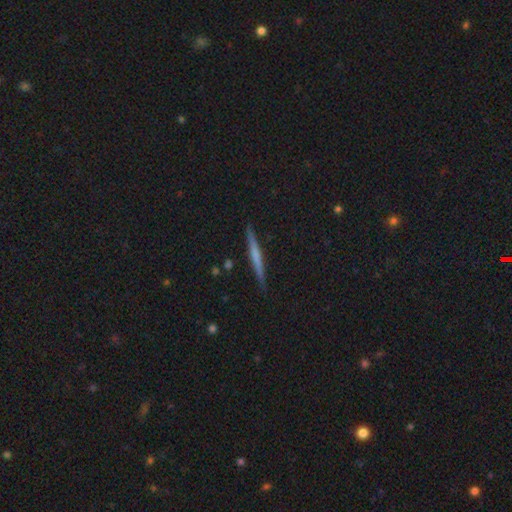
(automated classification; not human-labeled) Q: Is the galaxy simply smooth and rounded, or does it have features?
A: featured or disk — 53%.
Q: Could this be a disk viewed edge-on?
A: yes — 98%.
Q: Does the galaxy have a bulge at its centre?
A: none — 60%.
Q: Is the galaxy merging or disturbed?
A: none — 90%.